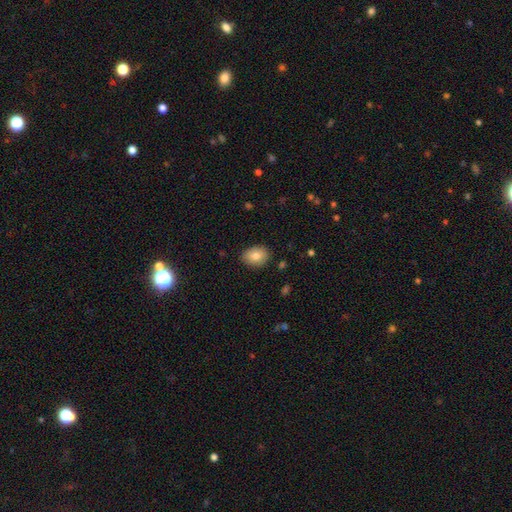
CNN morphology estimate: smooth 83%, featured or disk 10%, star or artifact 8%. Down the decision tree: how rounded — in between (72%); merging — none (85%).